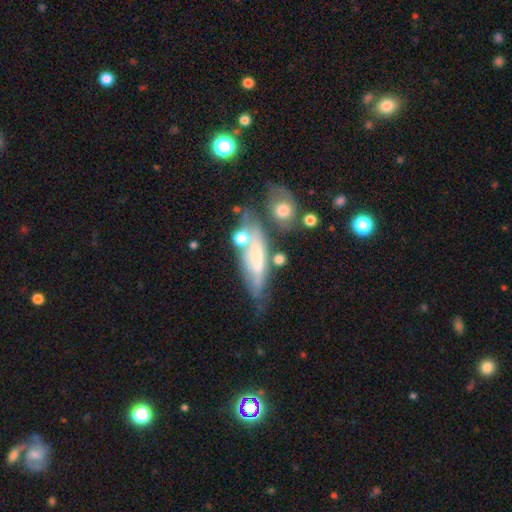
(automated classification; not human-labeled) This appears to be a featured or disk galaxy (51%) viewed edge-on (56%). Merging: none (49%).